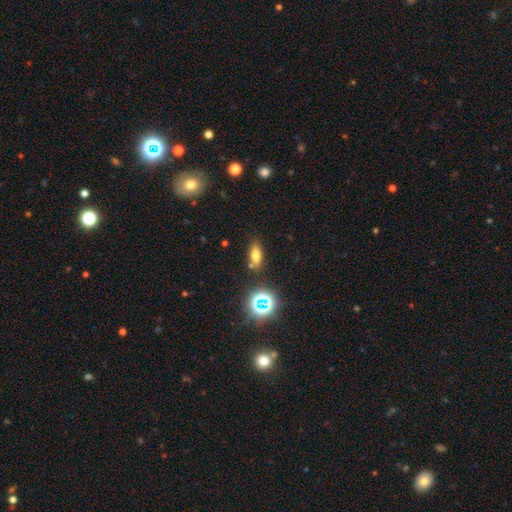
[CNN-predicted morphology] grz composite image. It shows a smooth galaxy with no disk features (66%) that is in between round and cigar-shaped (72%). Merging: none (74%).